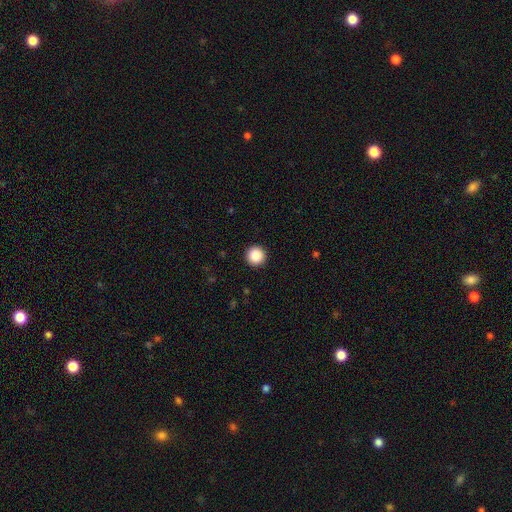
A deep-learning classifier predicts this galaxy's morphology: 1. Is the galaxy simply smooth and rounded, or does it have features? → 88% smooth, 9% star or artifact, 3% featured or disk.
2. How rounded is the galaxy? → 96% round, 3% in between, 1% cigar-shaped.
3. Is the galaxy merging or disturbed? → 93% none, 4% minor disturbance, 2% major disturbance, 1% merger.